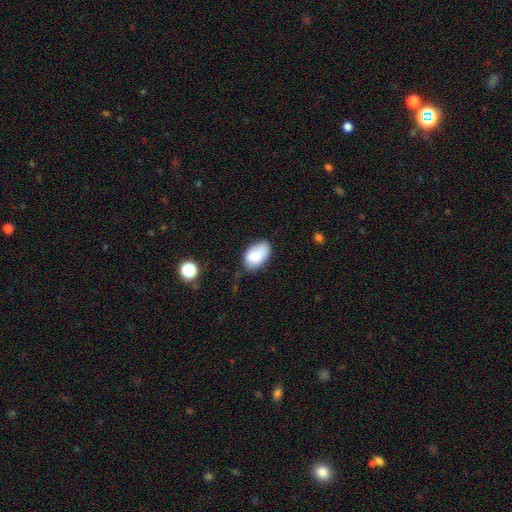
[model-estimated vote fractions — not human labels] The model was most divided on "merging": none: 59%, minor disturbance: 31%, major disturbance: 7%, merger: 3%. More confident: how rounded — in between (92%); smooth or featured — smooth (83%).